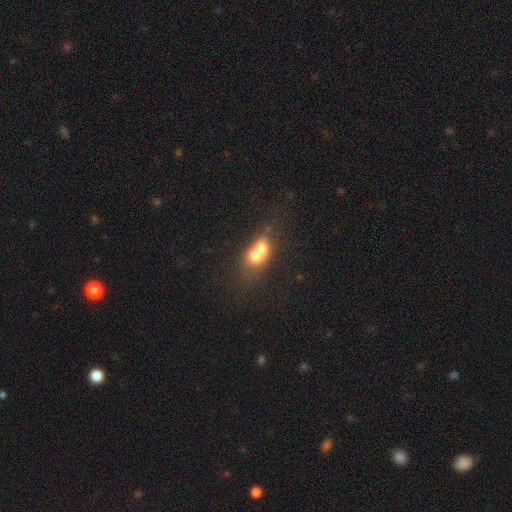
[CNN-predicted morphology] smooth-or-featured: smooth: 63% | featured or disk: 28% | star or artifact: 10%
  how-rounded: round: 53% | in between: 45% | cigar-shaped: 2%
  merging: merger: 75% | none: 17% | minor disturbance: 5% | major disturbance: 3%